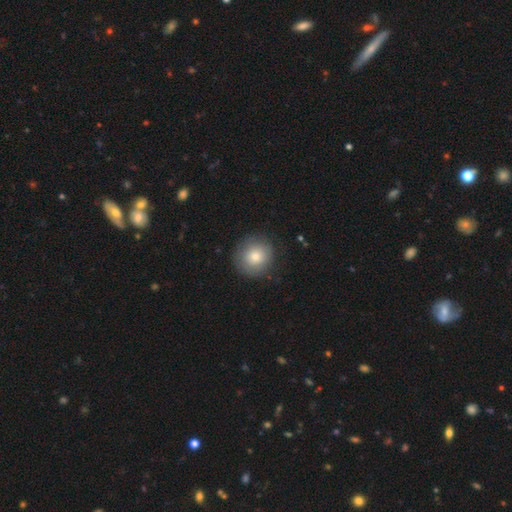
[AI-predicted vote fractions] Smooth or featured: smooth — 76% (featured or disk — 14%)
How rounded: round — 93% (in between — 6%)
Merging: none — 86% (minor disturbance — 10%)